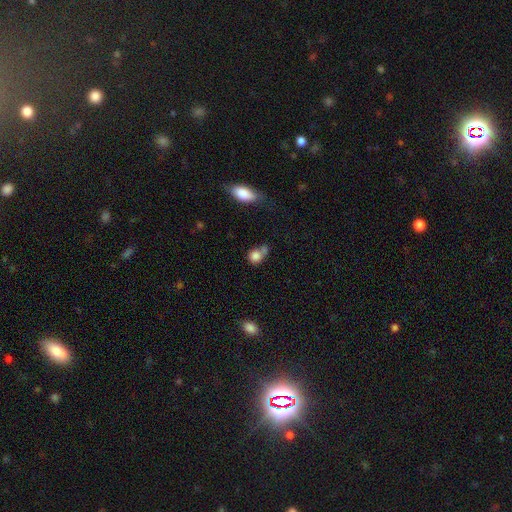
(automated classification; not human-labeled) A smooth galaxy with no disk features (81%) that is round (67%). Merging: none (37%, tied with merger).